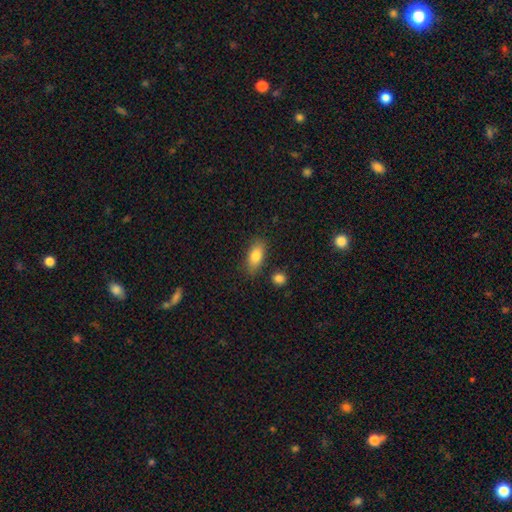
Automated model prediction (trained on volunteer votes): smooth_or_featured: smooth (p=0.82) [alt: featured or disk p=0.11]
how_rounded: in between (p=0.85) [alt: cigar-shaped p=0.10]
merging: none (p=0.82) [alt: minor disturbance p=0.12]